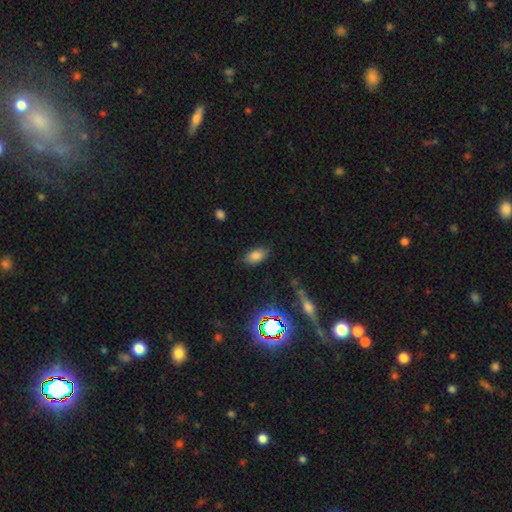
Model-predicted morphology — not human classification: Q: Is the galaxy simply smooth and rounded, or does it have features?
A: smooth — 78%.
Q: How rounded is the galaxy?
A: in between — 91%.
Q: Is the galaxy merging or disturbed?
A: none — 78%.